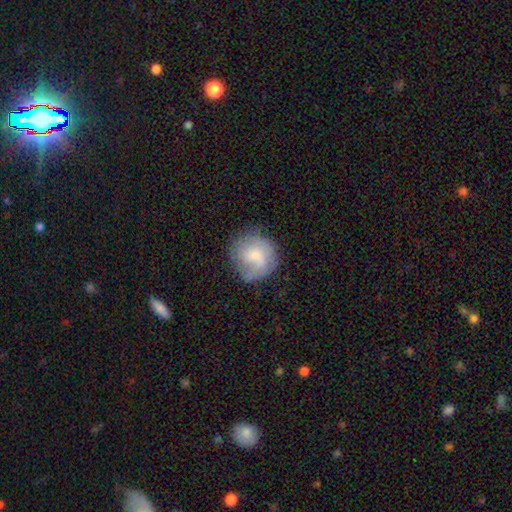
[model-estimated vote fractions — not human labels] A smooth galaxy with no disk features (51%) that is round (89%).

Vote fractions:
- Smooth or featured? smooth: 51% / featured or disk: 41% / star or artifact: 8%
- How rounded? round: 89% / in between: 10% / cigar-shaped: 1%
- Merging? none: 65% / minor disturbance: 21% / major disturbance: 12% / merger: 2%